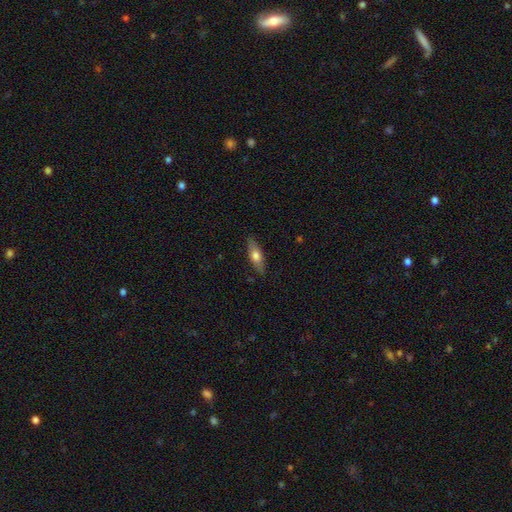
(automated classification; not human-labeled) Q: Smooth or featured?
A: smooth (62%); runner-up: featured or disk (32%)
Q: How rounded?
A: in between (54%); runner-up: cigar-shaped (43%)
Q: Merging?
A: none (87%); runner-up: minor disturbance (10%)